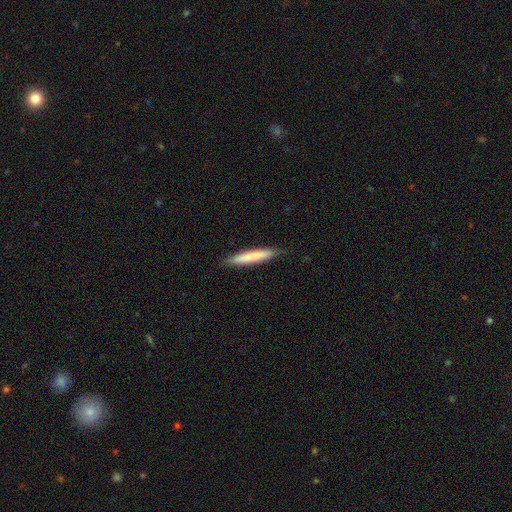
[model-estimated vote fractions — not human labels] Smooth or featured?
  - smooth: 74% *
  - featured or disk: 20%
  - star or artifact: 5%
How rounded?
  - cigar-shaped: 93% *
  - in between: 5%
  - round: 1%
Merging?
  - none: 86% *
  - minor disturbance: 12%
  - major disturbance: 2%
  - merger: 1%